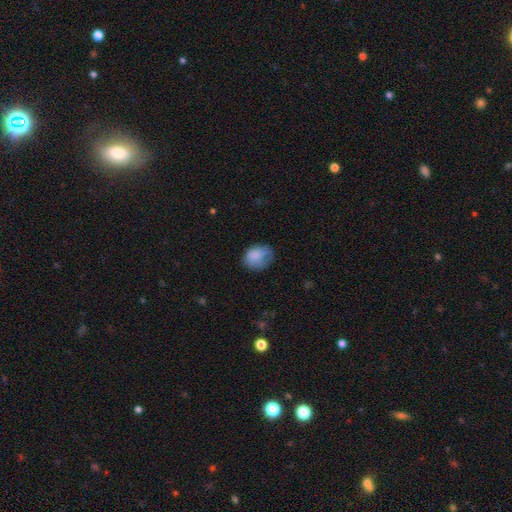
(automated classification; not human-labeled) smooth_or_featured: smooth (p=0.80) [alt: featured or disk p=0.12]
how_rounded: round (p=0.52) [alt: in between p=0.48]
merging: none (p=0.50) [alt: minor disturbance p=0.31]